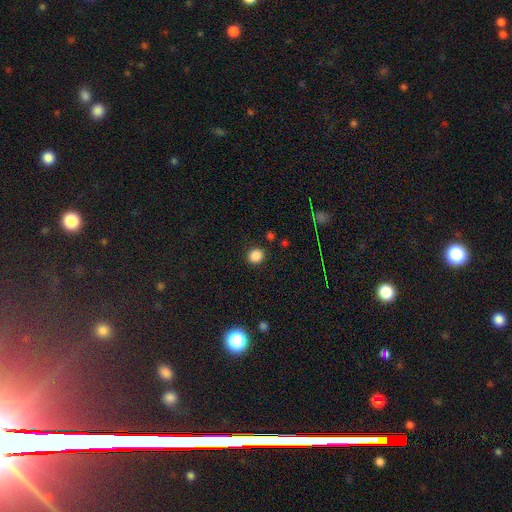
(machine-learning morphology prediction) A smooth galaxy with no disk features (85%) that is round (81%). Merging: none (89%).